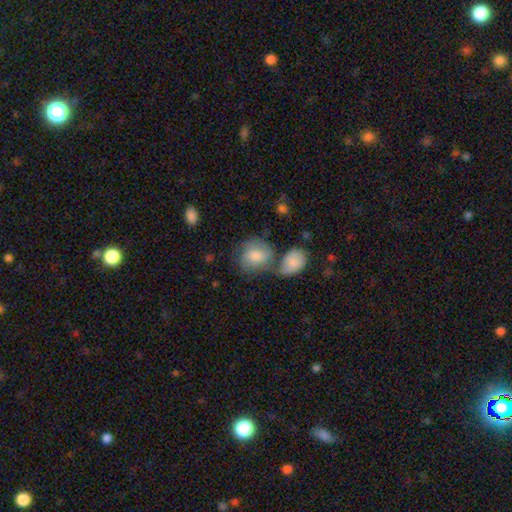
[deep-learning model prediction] Smooth or featured?
  - smooth: 68% *
  - featured or disk: 25%
  - star or artifact: 8%
How rounded?
  - round: 58% *
  - in between: 41%
  - cigar-shaped: 1%
Merging?
  - none: 40% *
  - merger: 33%
  - minor disturbance: 17%
  - major disturbance: 9%